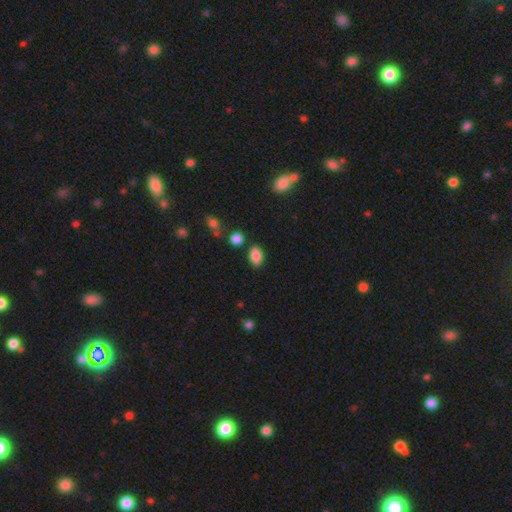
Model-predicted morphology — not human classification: Overall: smooth (86%). How rounded: in between (88%). Merging: none (79%).